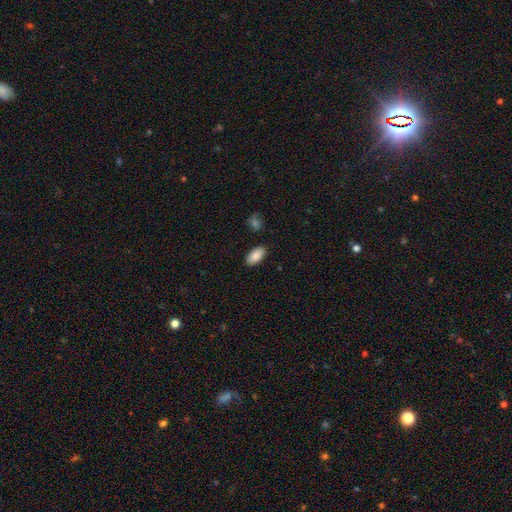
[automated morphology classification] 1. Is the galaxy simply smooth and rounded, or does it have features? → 88% smooth, 6% star or artifact, 6% featured or disk.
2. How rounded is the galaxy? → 93% in between, 4% cigar-shaped, 2% round.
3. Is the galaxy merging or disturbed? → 87% none, 9% minor disturbance, 2% major disturbance, 2% merger.